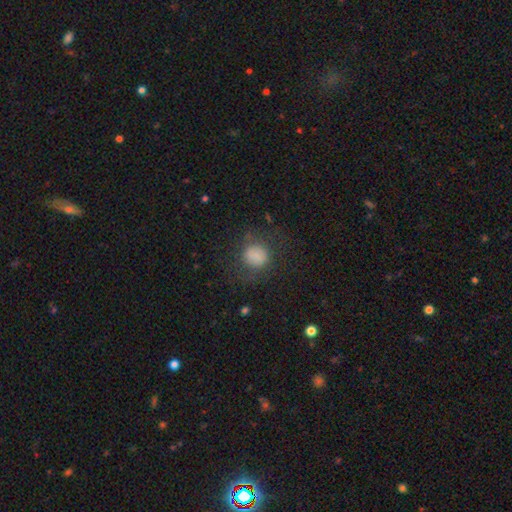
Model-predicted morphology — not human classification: This is likely a smooth galaxy (76%). How rounded: clearly round (83%). Merging: likely none (65%).